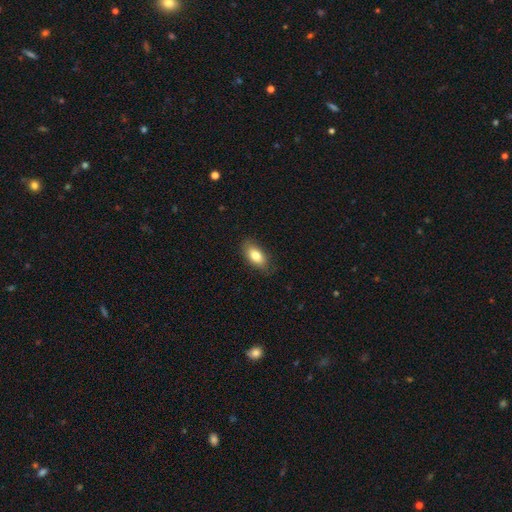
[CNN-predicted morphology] smooth_or_featured: smooth (p=0.80) [alt: featured or disk p=0.13]
how_rounded: in between (p=0.90) [alt: cigar-shaped p=0.05]
merging: none (p=0.79) [alt: minor disturbance p=0.17]